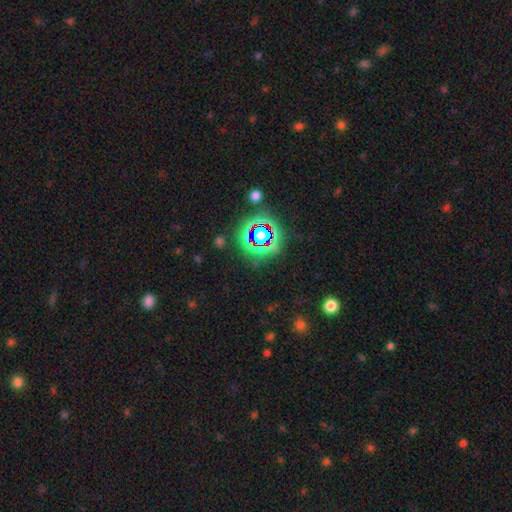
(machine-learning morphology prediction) A star or artifact, not a galaxy (75%).

Vote fractions:
- Smooth or featured? star or artifact: 75% / smooth: 15% / featured or disk: 10%